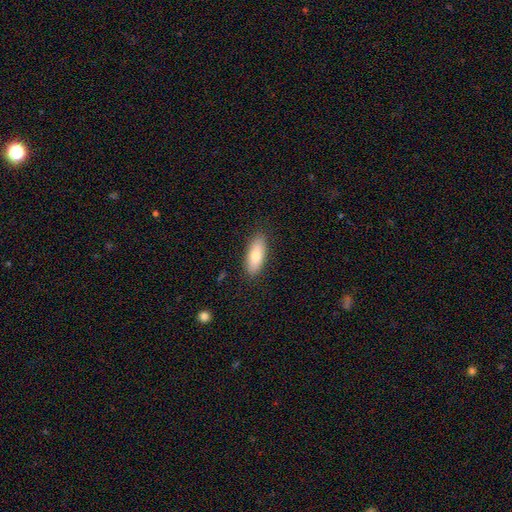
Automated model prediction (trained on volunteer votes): Smooth or featured?
  - smooth: 78% *
  - featured or disk: 16%
  - star or artifact: 6%
How rounded?
  - in between: 76% *
  - cigar-shaped: 22%
  - round: 2%
Merging?
  - none: 87% *
  - minor disturbance: 10%
  - major disturbance: 2%
  - merger: 1%